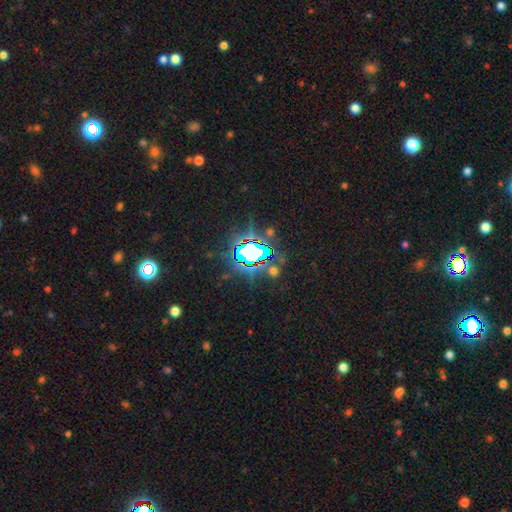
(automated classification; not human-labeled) A star or artifact, not a galaxy (78%).